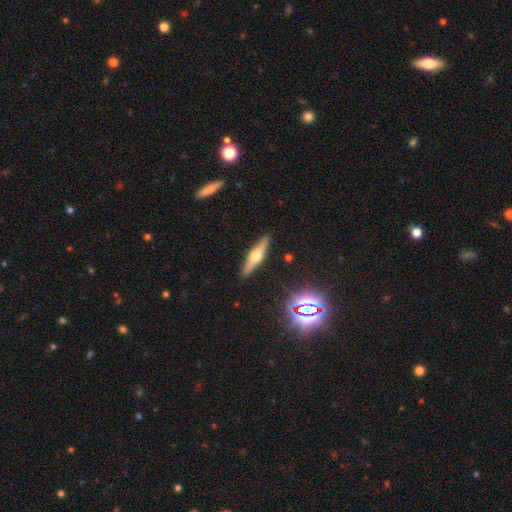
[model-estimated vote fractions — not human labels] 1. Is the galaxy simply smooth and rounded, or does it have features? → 68% featured or disk, 25% smooth, 8% star or artifact.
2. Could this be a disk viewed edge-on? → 96% yes, 4% no.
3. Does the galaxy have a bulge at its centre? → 94% rounded, 4% boxy, 2% none.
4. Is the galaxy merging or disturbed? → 90% none, 7% minor disturbance, 2% major disturbance, 1% merger.